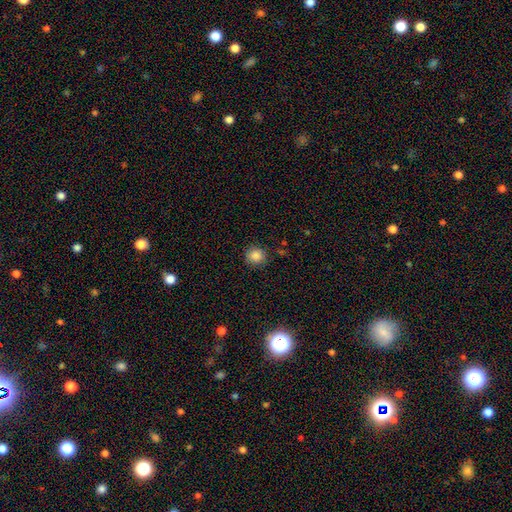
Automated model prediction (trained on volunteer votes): Q: Smooth or featured?
A: smooth (86%); runner-up: star or artifact (10%)
Q: How rounded?
A: round (88%); runner-up: in between (11%)
Q: Merging?
A: none (86%); runner-up: minor disturbance (10%)